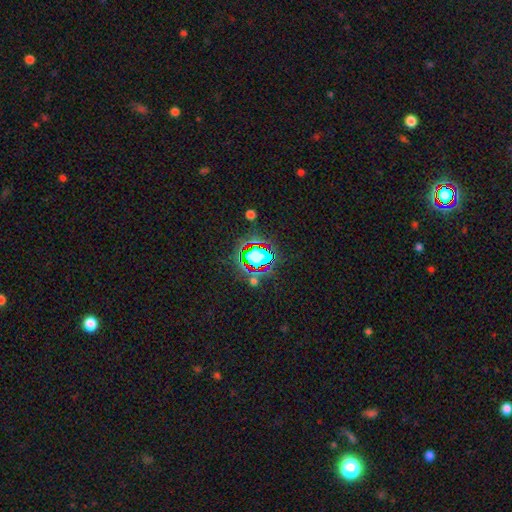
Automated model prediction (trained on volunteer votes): A star or artifact, not a galaxy (62%).